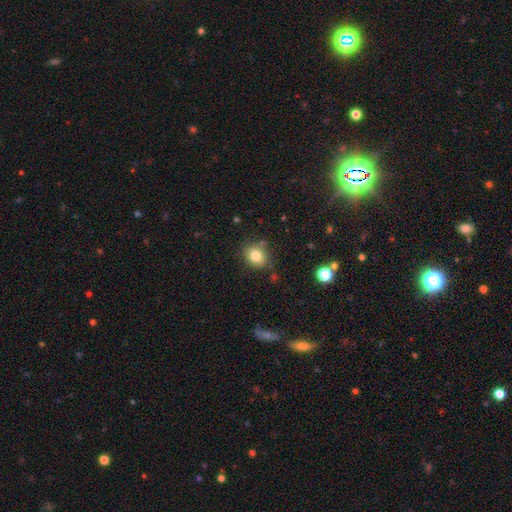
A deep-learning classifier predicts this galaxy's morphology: Smooth or featured: smooth — 81% (star or artifact — 11%)
How rounded: round — 59% (in between — 40%)
Merging: none — 79% (minor disturbance — 13%)